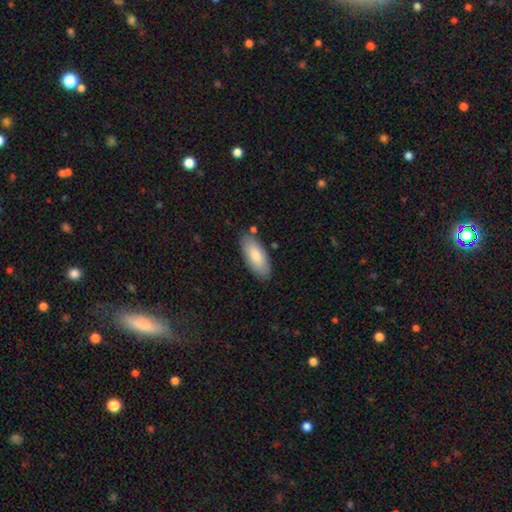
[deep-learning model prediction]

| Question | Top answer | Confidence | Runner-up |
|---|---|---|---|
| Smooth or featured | smooth | 82% | featured or disk (12%) |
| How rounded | in between | 85% | cigar-shaped (14%) |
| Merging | none | 81% | minor disturbance (13%) |